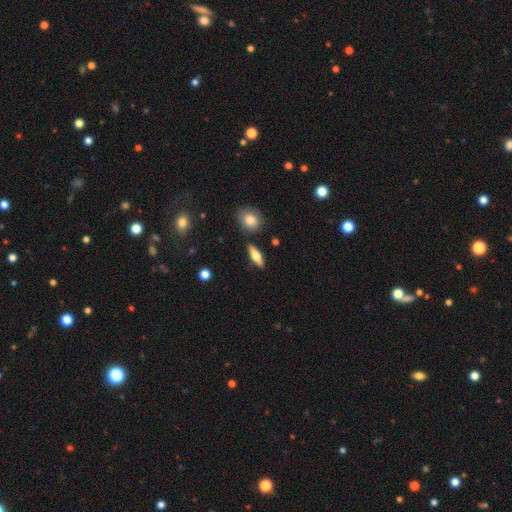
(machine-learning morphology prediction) Overall: smooth (57%; featured or disk 36%). How rounded: in between (56%; cigar-shaped 39%). Merging: none (85%).